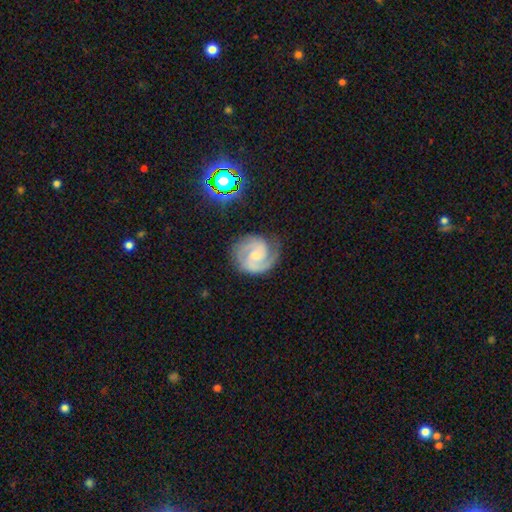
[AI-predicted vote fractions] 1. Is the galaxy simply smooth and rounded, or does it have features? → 88% featured or disk, 7% smooth, 5% star or artifact.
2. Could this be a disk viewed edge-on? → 98% no, 2% yes.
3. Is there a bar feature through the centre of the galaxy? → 54% no, 38% weak, 8% strong.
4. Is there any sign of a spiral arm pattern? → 98% yes, 2% no.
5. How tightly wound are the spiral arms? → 53% tight, 40% medium, 6% loose.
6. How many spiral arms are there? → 76% 2, 11% 3, 6% can't tell, 4% 1, 2% 4, 2% more than 4.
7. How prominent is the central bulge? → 54% small, 40% moderate, 3% none, 2% large, 1% dominant.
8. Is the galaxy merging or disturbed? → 77% none, 16% minor disturbance, 6% major disturbance, 2% merger.